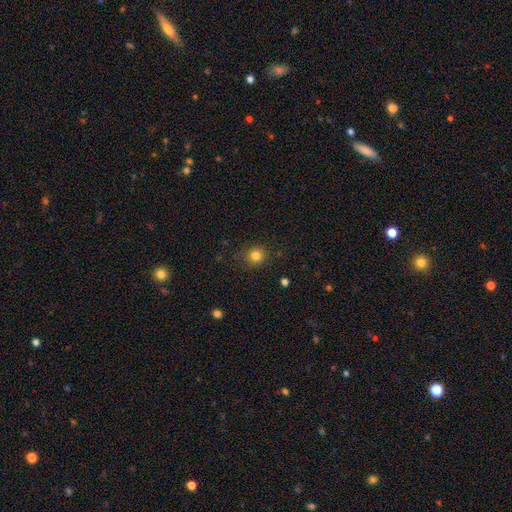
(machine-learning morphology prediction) A smooth galaxy with no disk features (81%) that is round (87%). Merging: none (84%).